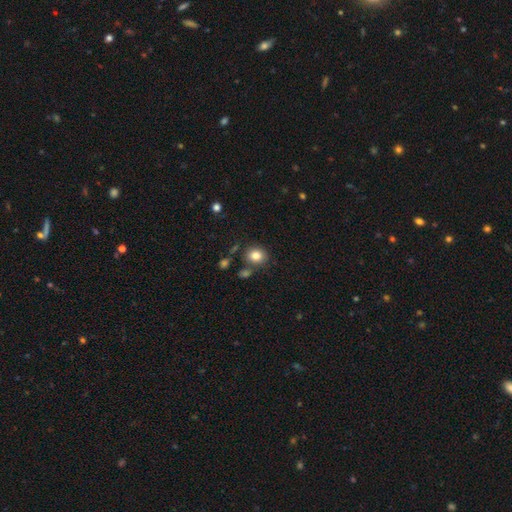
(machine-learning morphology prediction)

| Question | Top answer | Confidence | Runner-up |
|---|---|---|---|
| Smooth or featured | smooth | 83% | star or artifact (10%) |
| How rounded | round | 67% | in between (32%) |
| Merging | none | 76% | minor disturbance (12%) |